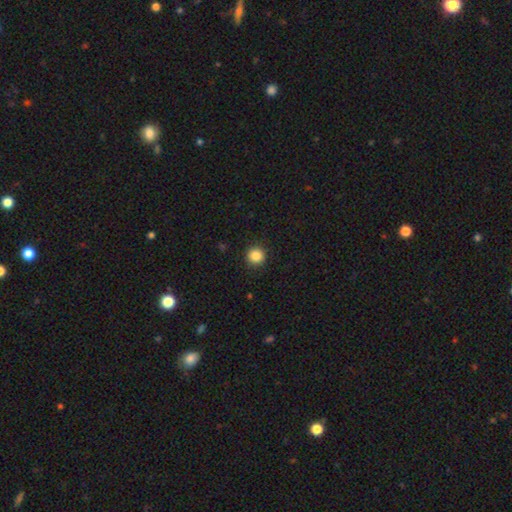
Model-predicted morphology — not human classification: smooth-or-featured: smooth: 87% | star or artifact: 10% | featured or disk: 3%
  how-rounded: round: 95% | in between: 4% | cigar-shaped: 1%
  merging: none: 92% | minor disturbance: 5% | major disturbance: 2% | merger: 1%